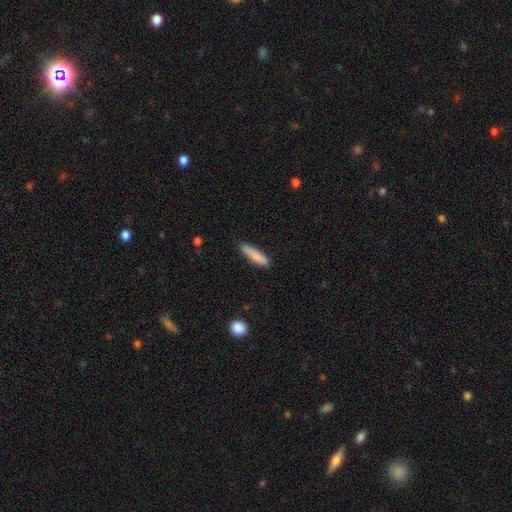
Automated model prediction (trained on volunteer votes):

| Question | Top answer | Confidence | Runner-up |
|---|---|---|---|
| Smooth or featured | smooth | 84% | featured or disk (11%) |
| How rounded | cigar-shaped | 81% | in between (18%) |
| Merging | none | 85% | minor disturbance (11%) |